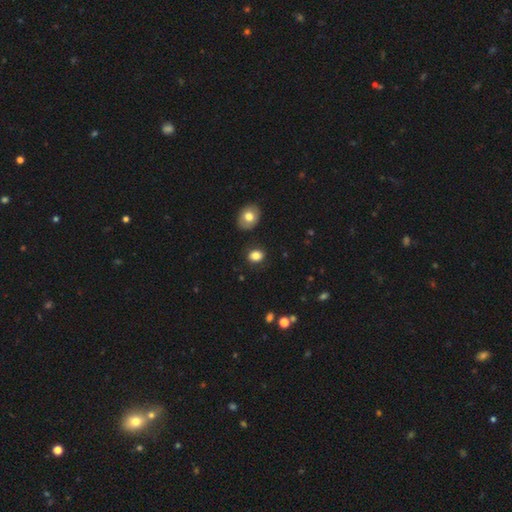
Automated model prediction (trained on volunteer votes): Smooth or featured? smooth (84%)
How rounded? in between (52%)
Merging? none (86%)